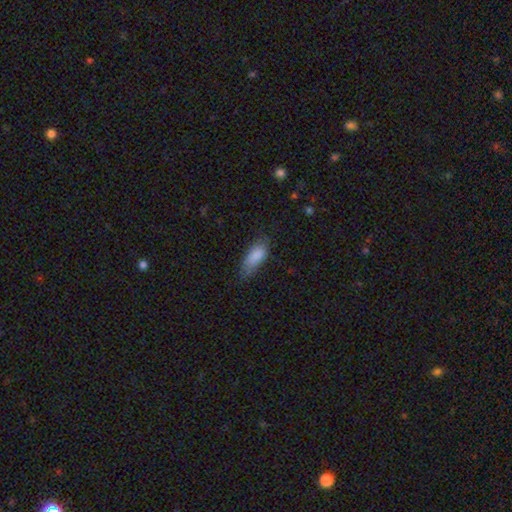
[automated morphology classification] smooth 84%, featured or disk 9%, star or artifact 7%. Down the decision tree: how rounded — in between (79%); merging — none (59%).